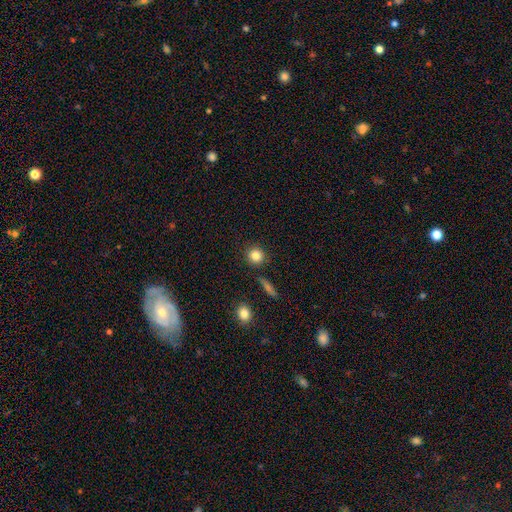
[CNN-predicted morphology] This is clearly a smooth galaxy (84%). How rounded: clearly round (91%). Merging: clearly none (88%).